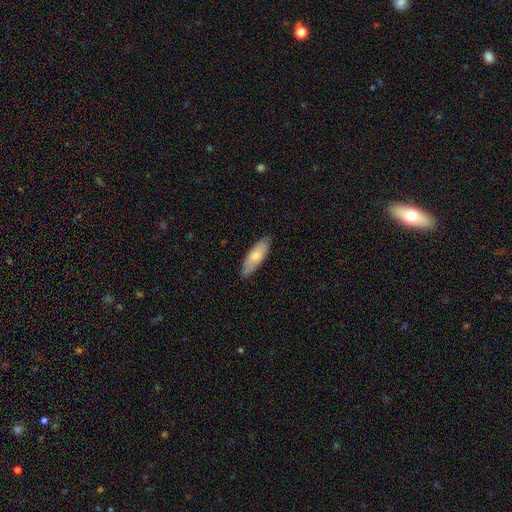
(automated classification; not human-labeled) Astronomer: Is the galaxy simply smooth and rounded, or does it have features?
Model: smooth — 75%.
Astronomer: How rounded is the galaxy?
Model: in between — 60% (runner-up: cigar-shaped, 38%).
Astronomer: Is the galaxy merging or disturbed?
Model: none — 84%.